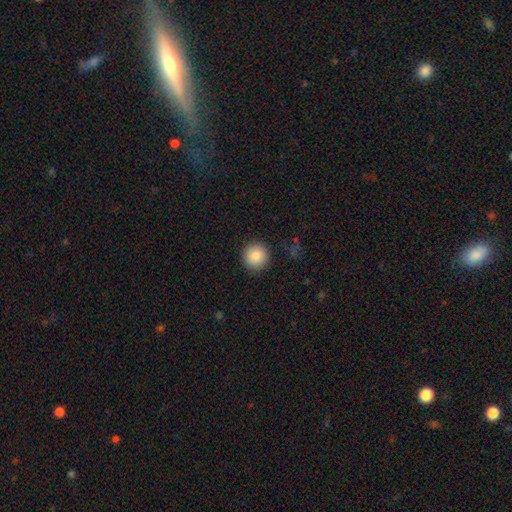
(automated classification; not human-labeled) smooth 87%, star or artifact 8%, featured or disk 4%. Down the decision tree: how rounded — round (93%); merging — none (90%).